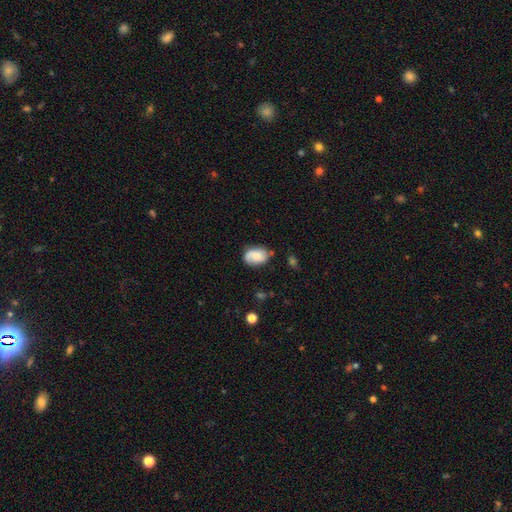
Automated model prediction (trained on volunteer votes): Smooth or featured: smooth — 60% (featured or disk — 32%)
How rounded: in between — 82% (round — 16%)
Merging: none — 65% (minor disturbance — 25%)